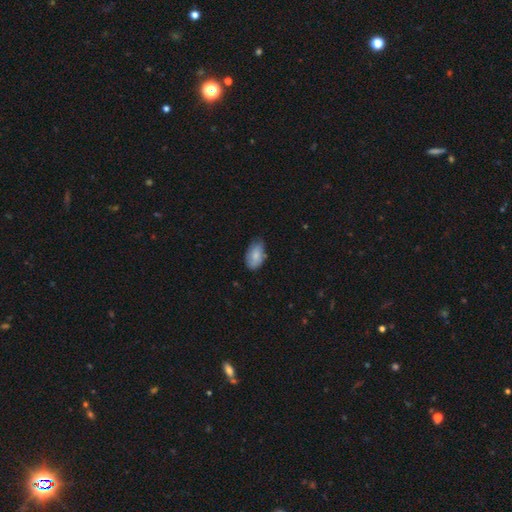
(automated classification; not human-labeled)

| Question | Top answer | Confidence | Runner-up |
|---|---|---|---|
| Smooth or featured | smooth | 77% | featured or disk (16%) |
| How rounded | in between | 93% | round (5%) |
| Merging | none | 64% | minor disturbance (30%) |